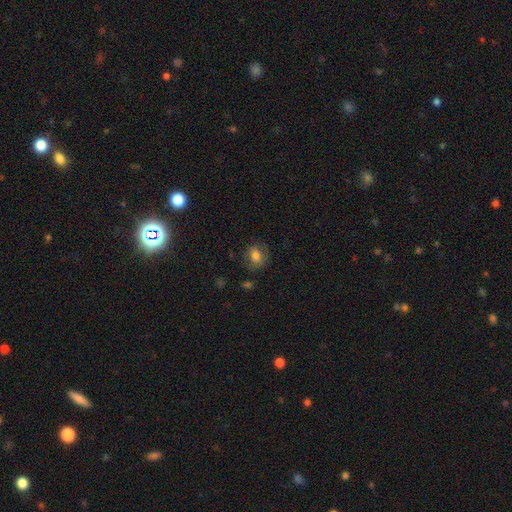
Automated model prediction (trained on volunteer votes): The model was most divided on "how rounded": round: 56%, in between: 43%, cigar-shaped: 1%. More confident: merging — none (74%); smooth or featured — smooth (73%).